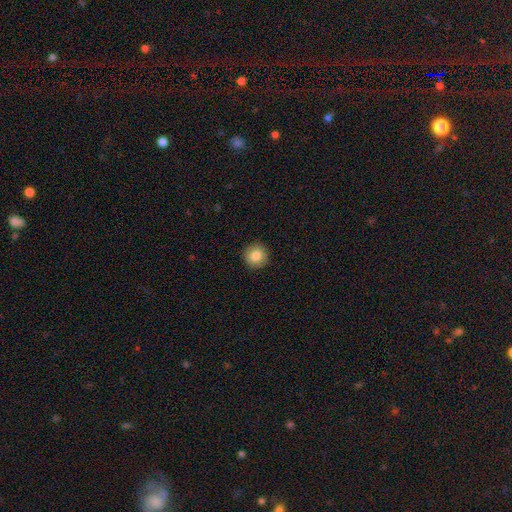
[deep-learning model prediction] This is clearly a smooth galaxy (84%). How rounded: clearly round (94%). Merging: clearly none (92%).